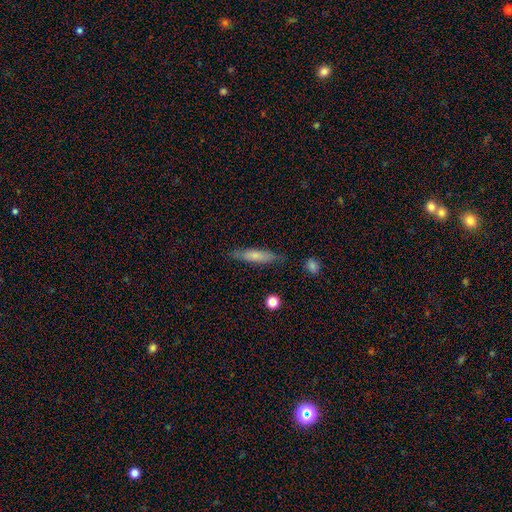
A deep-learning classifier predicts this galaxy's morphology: smooth-or-featured: smooth: 67% | featured or disk: 26% | star or artifact: 7%
  how-rounded: cigar-shaped: 78% | in between: 20% | round: 2%
  merging: none: 79% | minor disturbance: 15% | major disturbance: 3% | merger: 2%